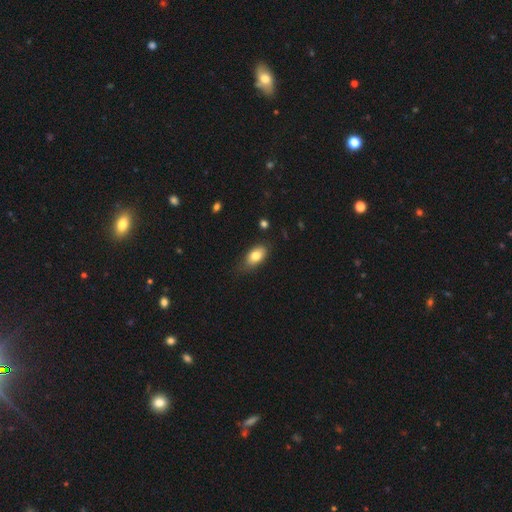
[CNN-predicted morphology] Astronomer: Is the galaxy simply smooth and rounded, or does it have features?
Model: smooth — 79%.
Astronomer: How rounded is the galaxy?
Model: in between — 89%.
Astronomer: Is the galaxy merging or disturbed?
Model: none — 70%.